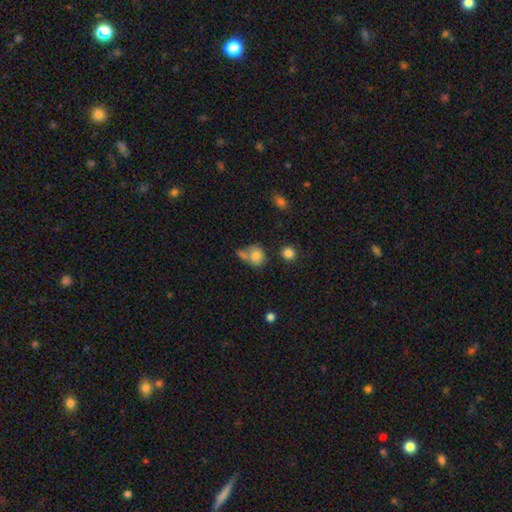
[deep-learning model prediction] This appears to be a smooth galaxy with no disk features (77%) that is round (73%). Merging: none (44%).